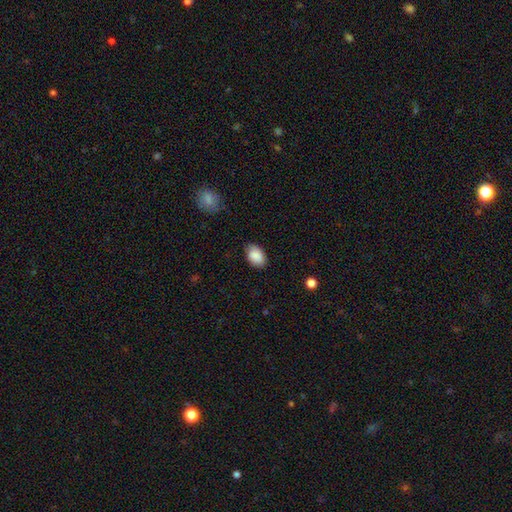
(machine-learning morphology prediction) This is clearly a smooth galaxy (89%). How rounded: clearly in between (86%). Merging: clearly none (80%).